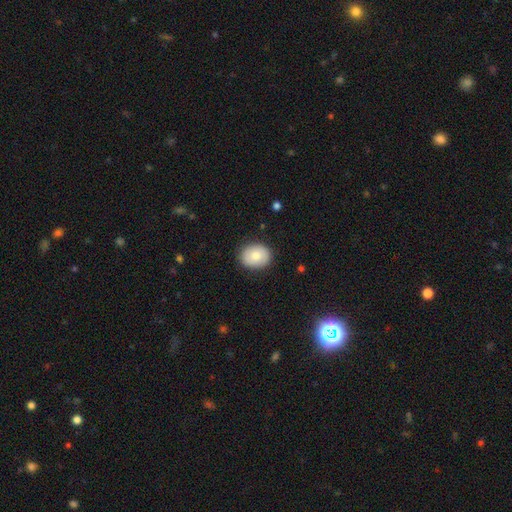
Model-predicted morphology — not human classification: Overall: smooth (76%). How rounded: round (52%; in between 47%). Merging: none (87%).